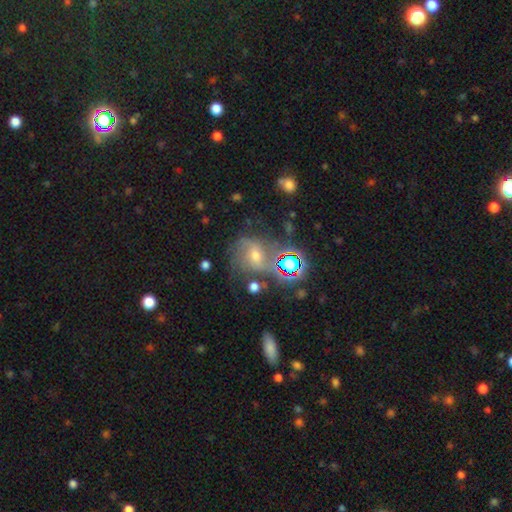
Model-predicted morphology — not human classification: Smooth or featured? featured or disk (48%)
Merging? none (54%)